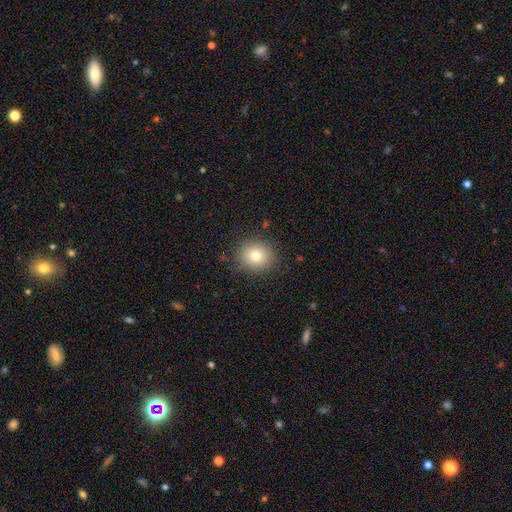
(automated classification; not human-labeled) Morphology: type=smooth (78%); roundness=round (83%); merging=none (87%).